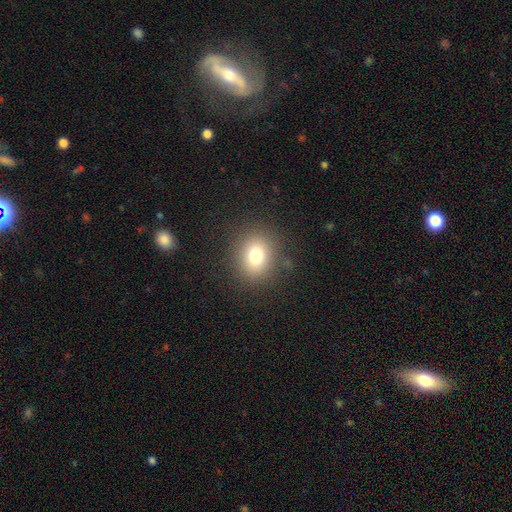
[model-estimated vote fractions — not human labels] This is likely a smooth galaxy (76%). How rounded: likely round (64%). Merging: clearly none (86%).